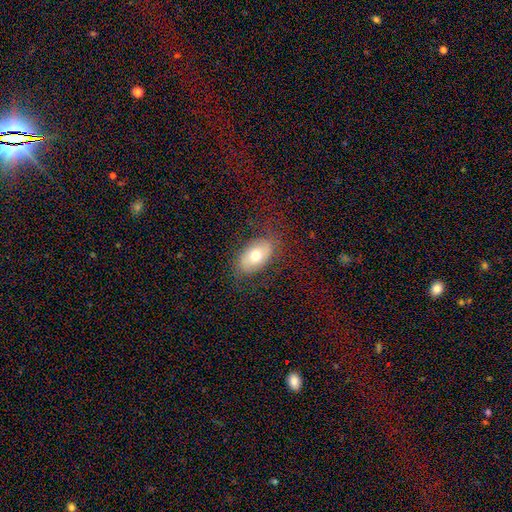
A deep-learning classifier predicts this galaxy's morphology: Smooth or featured: smooth — 63% (featured or disk — 29%)
How rounded: in between — 91% (round — 8%)
Merging: none — 78% (minor disturbance — 14%)